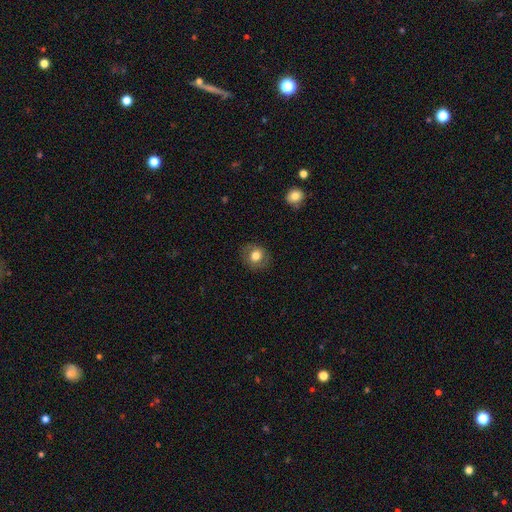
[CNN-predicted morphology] smooth_or_featured: smooth (p=0.76) [alt: featured or disk p=0.15]
how_rounded: round (p=0.79) [alt: in between p=0.21]
merging: none (p=0.85) [alt: minor disturbance p=0.10]